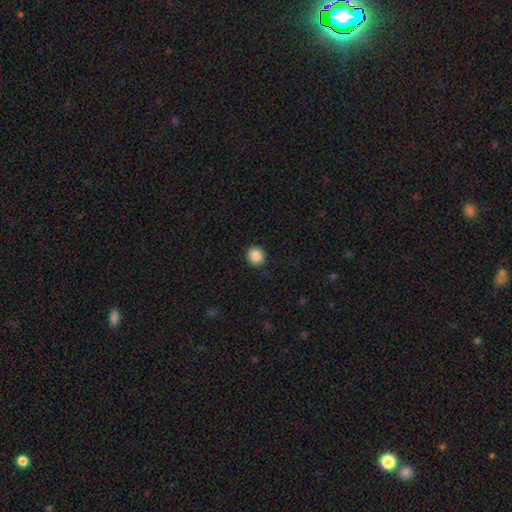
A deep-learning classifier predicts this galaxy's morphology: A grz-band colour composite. It shows a smooth galaxy with no disk features (88%) that is round (86%). Merging: none (91%).